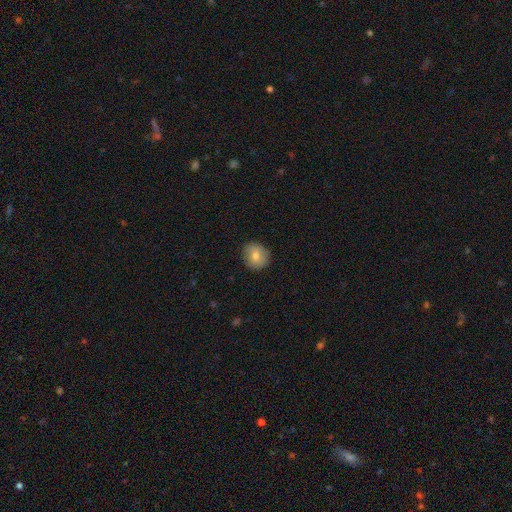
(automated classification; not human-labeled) Smooth or featured: smooth — 75% (featured or disk — 16%)
How rounded: round — 87% (in between — 12%)
Merging: none — 88% (minor disturbance — 9%)